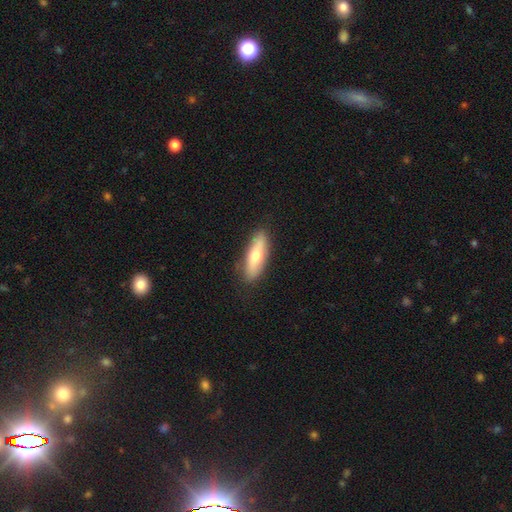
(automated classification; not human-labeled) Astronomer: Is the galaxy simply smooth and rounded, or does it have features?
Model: smooth — 66%.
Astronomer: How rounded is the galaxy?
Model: in between — 51% (runner-up: cigar-shaped, 47%).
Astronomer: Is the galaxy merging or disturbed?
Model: none — 86%.